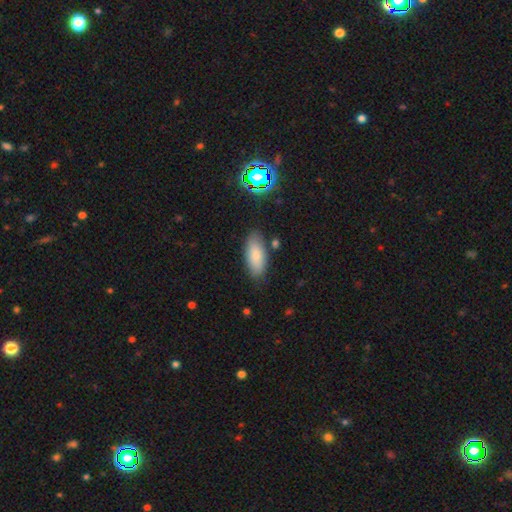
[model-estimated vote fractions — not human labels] Smooth or featured? Predicted: smooth (p=0.82). How rounded? Predicted: in between (p=0.83). Merging? Predicted: none (p=0.80).